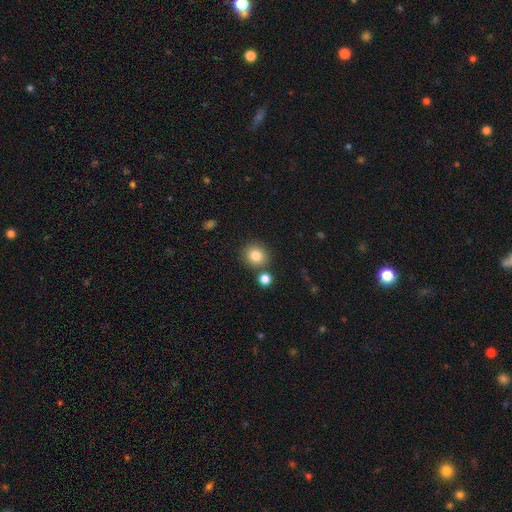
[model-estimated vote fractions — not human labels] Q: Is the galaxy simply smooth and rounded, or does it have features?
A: smooth — 83%.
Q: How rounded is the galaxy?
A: round — 86%.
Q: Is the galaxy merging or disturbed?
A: none — 80%.